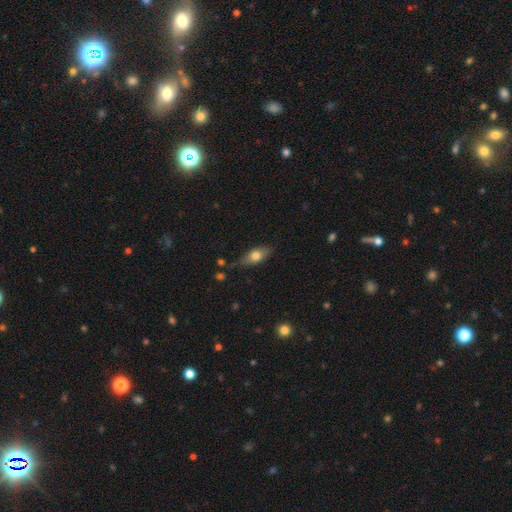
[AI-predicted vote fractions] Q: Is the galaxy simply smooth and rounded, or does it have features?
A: smooth — 71%.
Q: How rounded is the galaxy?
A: in between — 81%.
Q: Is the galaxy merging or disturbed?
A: none — 75%.